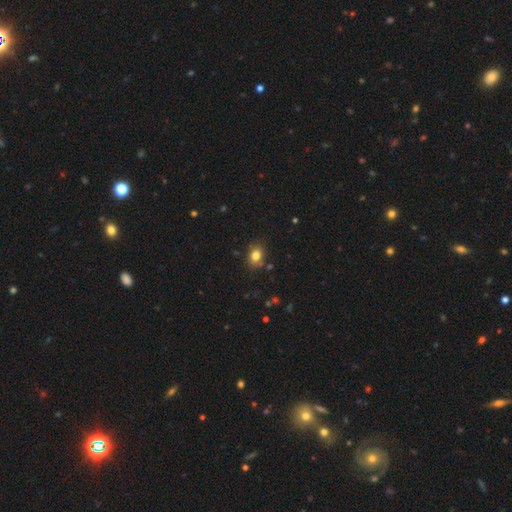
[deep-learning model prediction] A smooth galaxy with no disk features (81%) that is in between round and cigar-shaped (62%). Merging: none (80%).